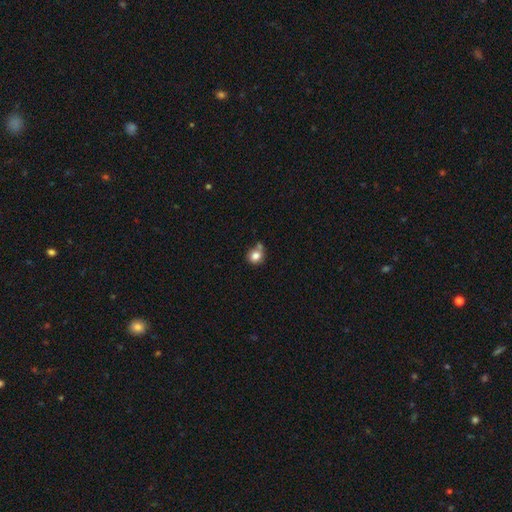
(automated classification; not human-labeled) A smooth galaxy with no disk features (81%) that is round (84%).

Vote fractions:
- Smooth or featured? smooth: 81% / star or artifact: 10% / featured or disk: 8%
- How rounded? round: 84% / in between: 15% / cigar-shaped: 1%
- Merging? none: 56% / merger: 24% / minor disturbance: 16% / major disturbance: 5%